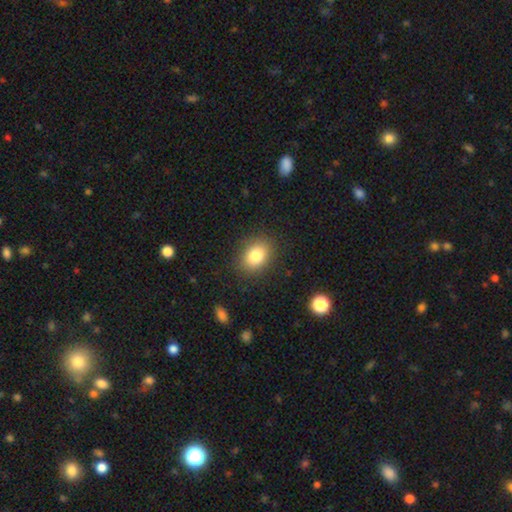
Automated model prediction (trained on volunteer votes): A smooth galaxy with no disk features (82%) that is in between round and cigar-shaped (62%).

Vote fractions:
- Smooth or featured? smooth: 82% / star or artifact: 10% / featured or disk: 8%
- How rounded? in between: 62% / round: 37% / cigar-shaped: 1%
- Merging? none: 87% / minor disturbance: 9% / major disturbance: 3% / merger: 1%